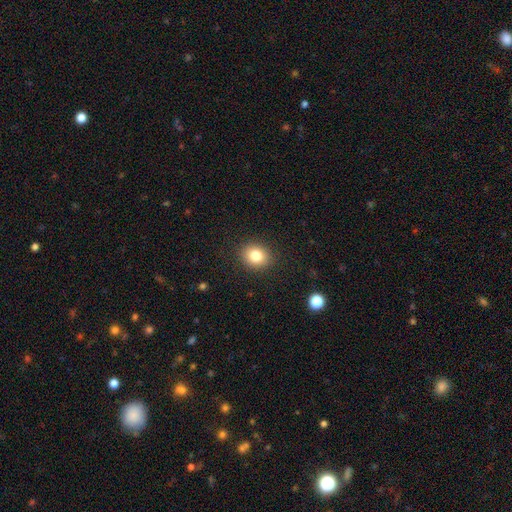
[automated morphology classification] This is clearly a smooth galaxy (81%). How rounded: likely round (67%). Merging: clearly none (90%).